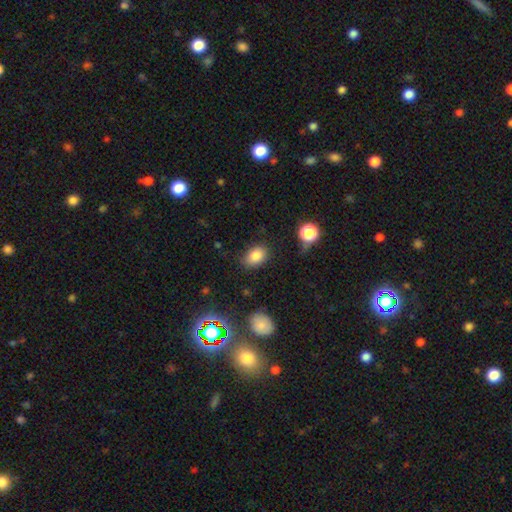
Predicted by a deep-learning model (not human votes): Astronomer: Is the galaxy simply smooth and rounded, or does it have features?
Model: smooth — 82%.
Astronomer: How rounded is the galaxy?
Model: in between — 79%.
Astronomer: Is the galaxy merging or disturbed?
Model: none — 79%.